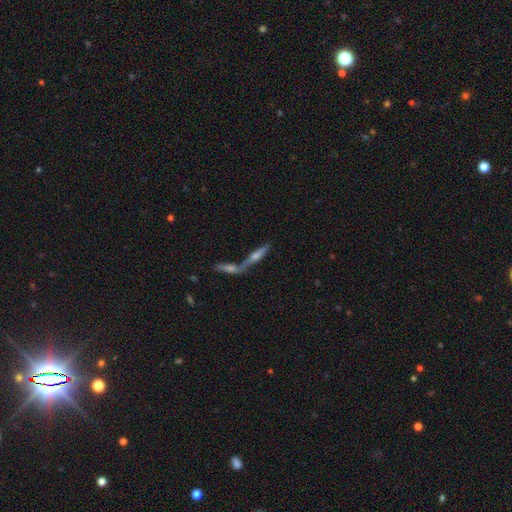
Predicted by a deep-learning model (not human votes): Smooth or featured? featured or disk (57%)
Edge-on disk? yes (86%)
Merging? merger (52%)